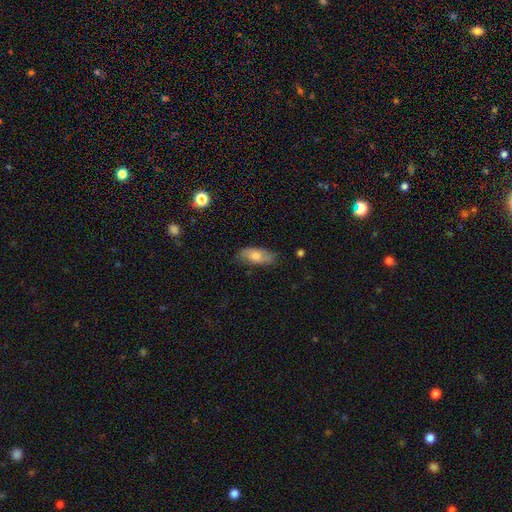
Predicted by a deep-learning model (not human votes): The model was most divided on "smooth or featured": smooth: 71%, featured or disk: 22%, star or artifact: 7%. More confident: how rounded — in between (81%); merging — none (74%).